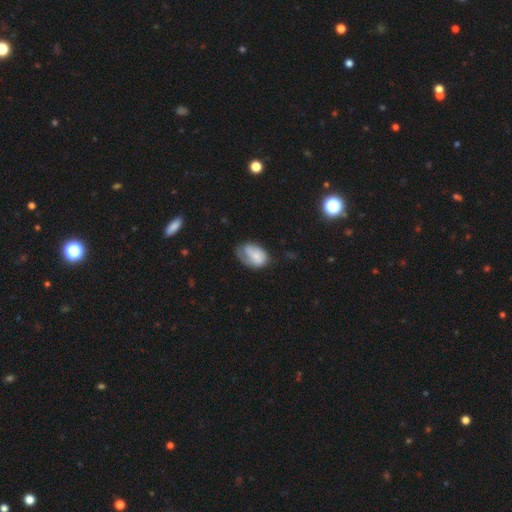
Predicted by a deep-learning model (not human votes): Smooth or featured? smooth (63%)
How rounded? in between (86%)
Merging? minor disturbance (38%)